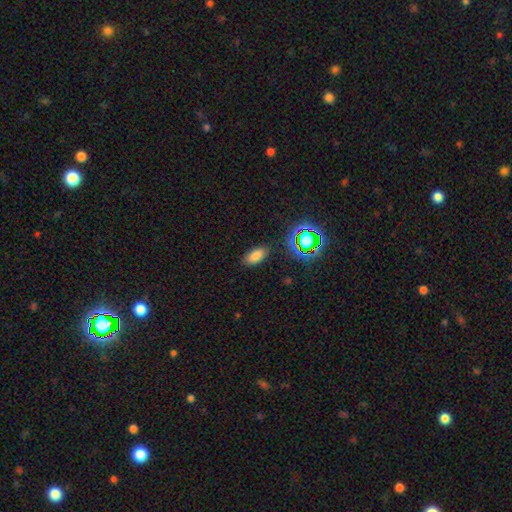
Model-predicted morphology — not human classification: This is likely a smooth galaxy (77%). How rounded: clearly in between (90%). Merging: clearly none (86%).